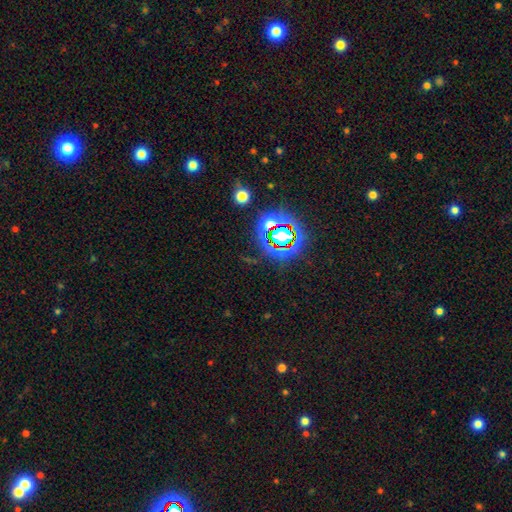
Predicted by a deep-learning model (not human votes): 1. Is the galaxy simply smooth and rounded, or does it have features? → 79% star or artifact, 13% smooth, 9% featured or disk.